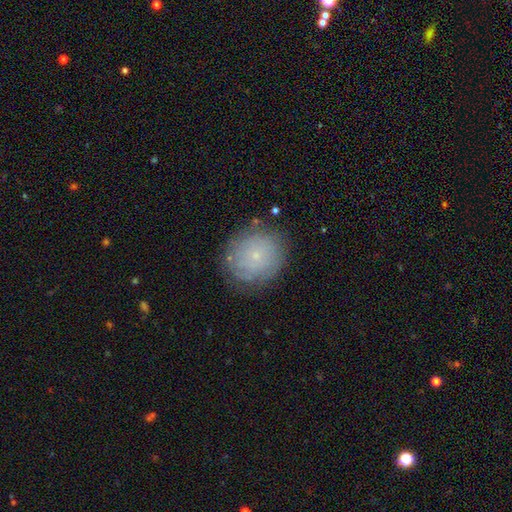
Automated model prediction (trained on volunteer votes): This appears to be a smooth galaxy with no disk features (54%) that is round (77%). Merging: none (81%).